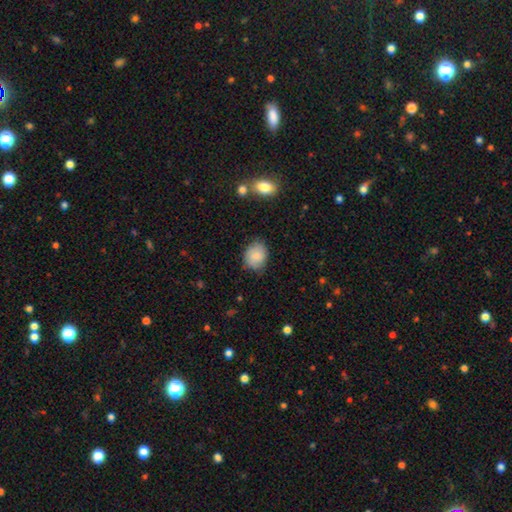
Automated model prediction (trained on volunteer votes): A smooth galaxy with no disk features (82%) that is round (51%). Merging: none (73%).